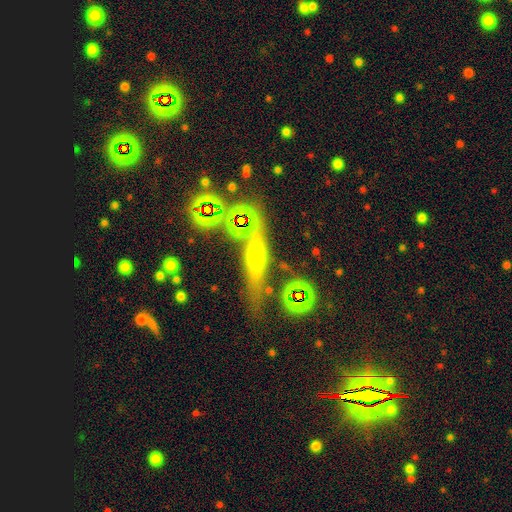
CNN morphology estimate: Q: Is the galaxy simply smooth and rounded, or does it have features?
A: featured or disk — 40%.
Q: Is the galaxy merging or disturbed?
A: none — 66%.